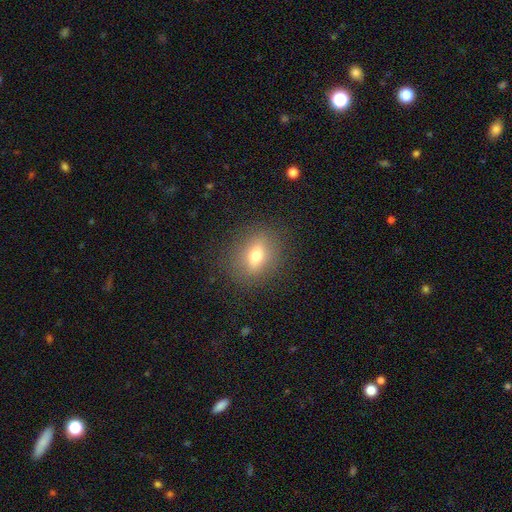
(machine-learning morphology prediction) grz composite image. It shows a smooth galaxy with no disk features (62%) that is in between round and cigar-shaped (50%). Merging: none (86%).